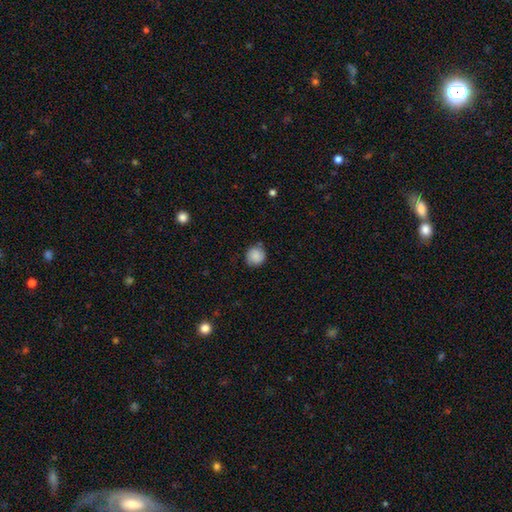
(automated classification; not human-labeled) This is clearly a smooth galaxy (83%). How rounded: clearly round (89%). Merging: likely none (78%).